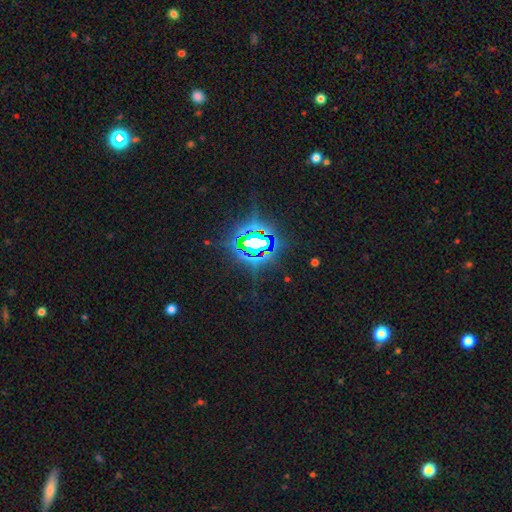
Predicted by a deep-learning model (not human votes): Smooth or featured? star or artifact (83%)